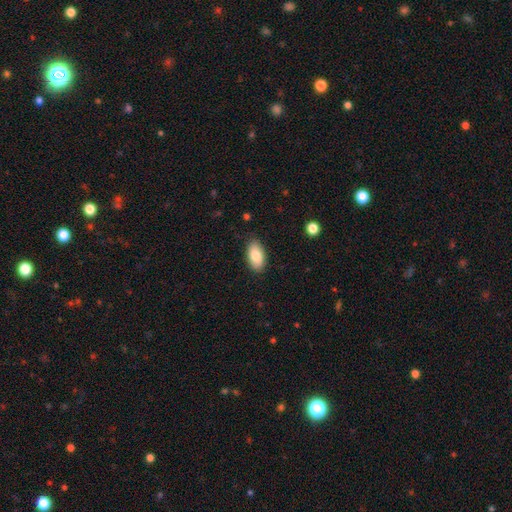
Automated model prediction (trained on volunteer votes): The model was most divided on "smooth or featured": smooth: 84%, featured or disk: 10%, star or artifact: 6%. More confident: how rounded — in between (94%); merging — none (86%).